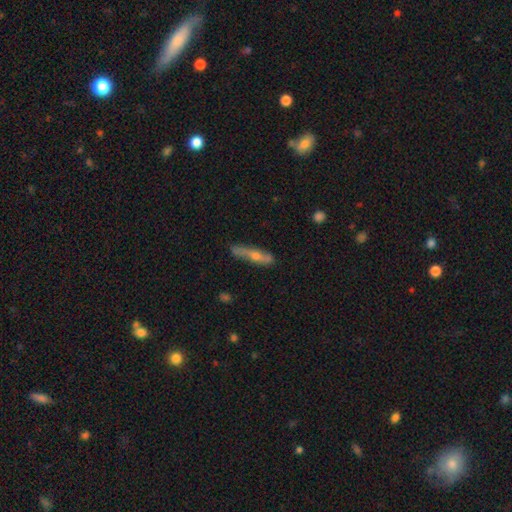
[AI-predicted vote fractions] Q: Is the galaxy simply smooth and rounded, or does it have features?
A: featured or disk — 53%.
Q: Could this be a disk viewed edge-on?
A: yes — 79%.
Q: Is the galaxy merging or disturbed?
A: none — 76%.